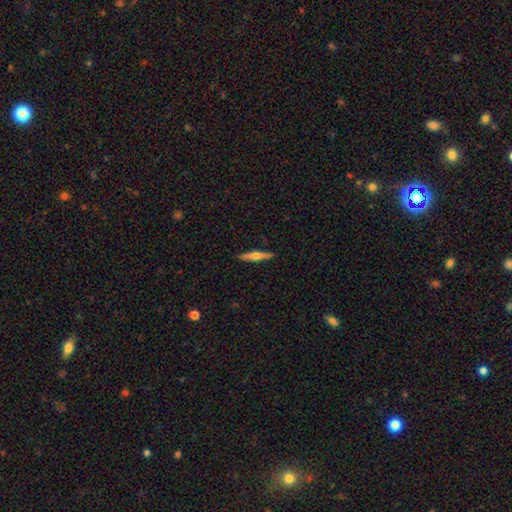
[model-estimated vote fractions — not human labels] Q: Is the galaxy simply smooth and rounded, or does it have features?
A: featured or disk — 58%.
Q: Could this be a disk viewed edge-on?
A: yes — 97%.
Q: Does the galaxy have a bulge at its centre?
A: rounded — 88%.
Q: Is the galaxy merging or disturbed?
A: none — 91%.